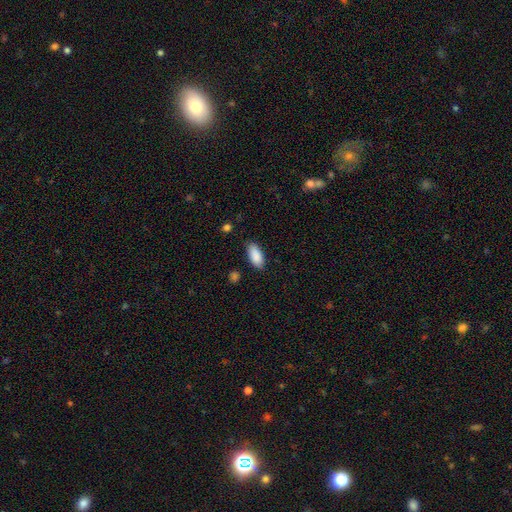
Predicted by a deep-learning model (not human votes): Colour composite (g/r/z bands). It shows a smooth galaxy with no disk features (89%) that is in between round and cigar-shaped (89%). Merging: none (82%).